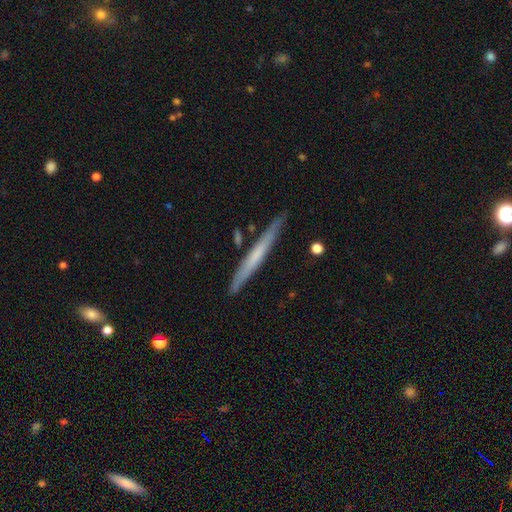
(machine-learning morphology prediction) smooth-or-featured: smooth: 48% | featured or disk: 46% | star or artifact: 6%
  merging: none: 86% | minor disturbance: 10% | merger: 3% | major disturbance: 2%